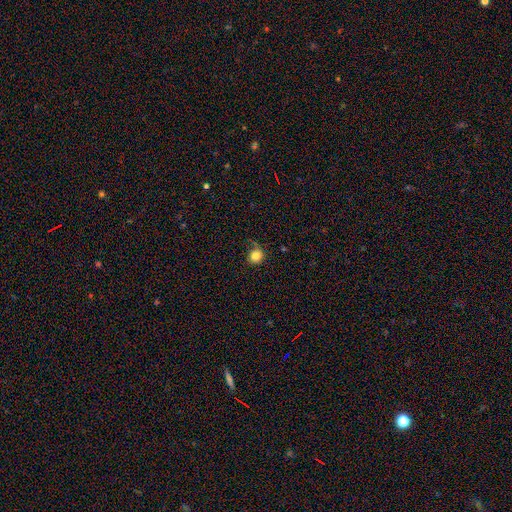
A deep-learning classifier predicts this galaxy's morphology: Q: Smooth or featured?
A: smooth (81%); runner-up: star or artifact (10%)
Q: How rounded?
A: round (80%); runner-up: in between (19%)
Q: Merging?
A: none (64%); runner-up: minor disturbance (23%)